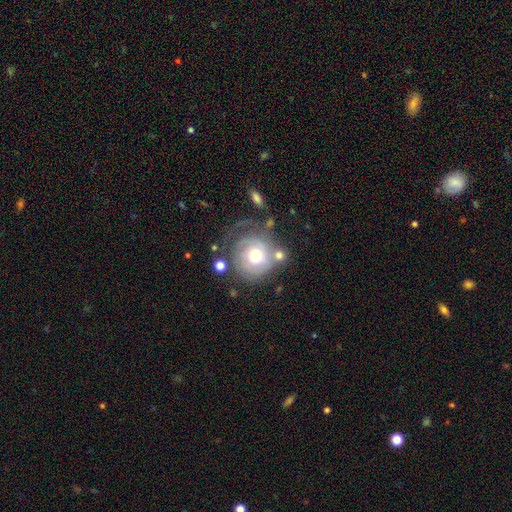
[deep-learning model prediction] The model was most divided on "merging": none: 50%, minor disturbance: 20%, major disturbance: 20%, merger: 10%. More confident: edge-on disk — no (97%); spiral arms — yes (79%); bar — no (79%); bulge size — moderate (67%); smooth or featured — featured or disk (62%).